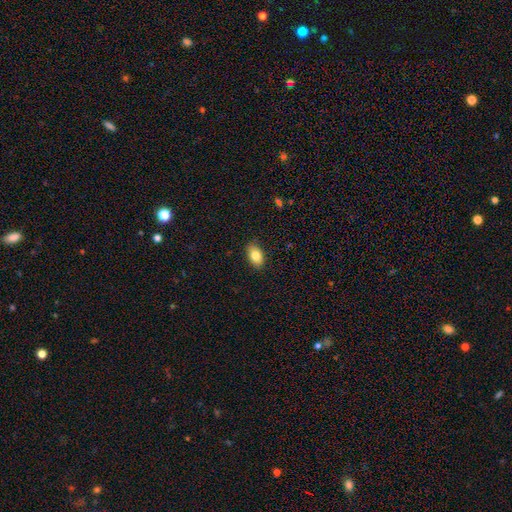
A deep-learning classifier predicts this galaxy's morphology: smooth 83%, featured or disk 9%, star or artifact 8%. Down the decision tree: how rounded — in between (91%); merging — none (88%).